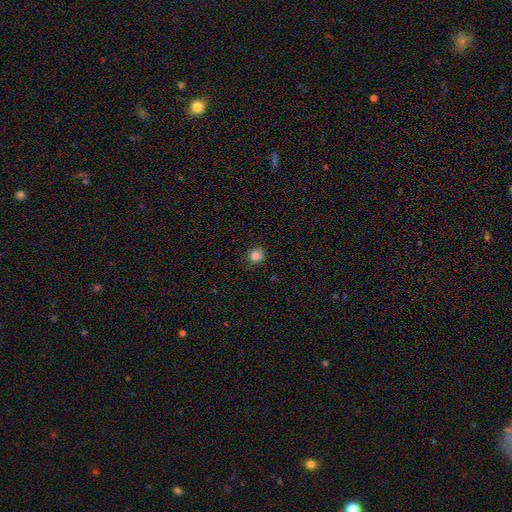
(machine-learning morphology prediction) The model was most divided on "merging": none: 83%, minor disturbance: 13%, major disturbance: 3%, merger: 1%. More confident: how rounded — round (88%); smooth or featured — smooth (84%).